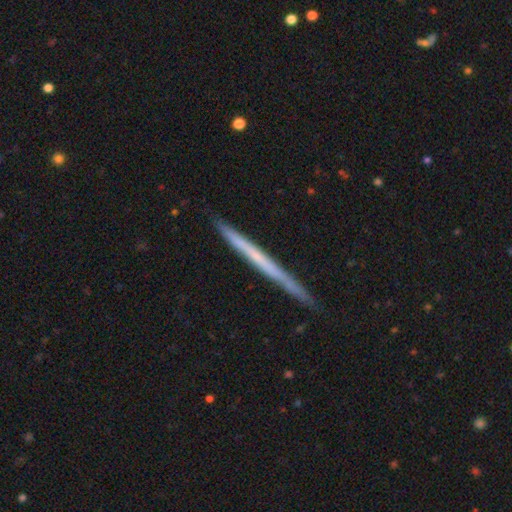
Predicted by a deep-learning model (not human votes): smooth_or_featured: featured or disk (p=0.55) [alt: smooth p=0.40]
disk_edge_on: yes (p=0.97) [alt: no p=0.03]
edge_on_bulge: none (p=0.90) [alt: rounded p=0.07]
merging: none (p=0.88) [alt: minor disturbance p=0.09]